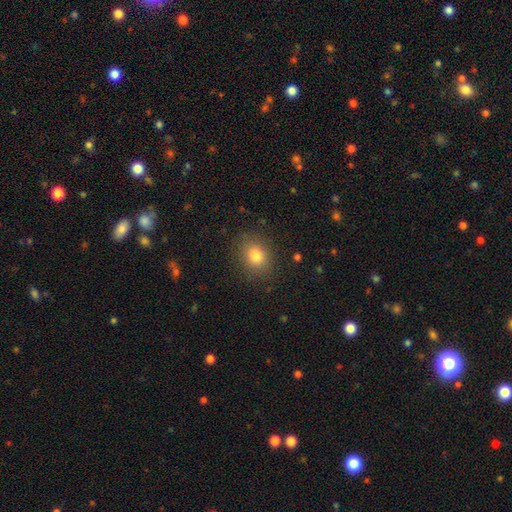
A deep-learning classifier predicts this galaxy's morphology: Smooth or featured?
  - smooth: 82% *
  - star or artifact: 11%
  - featured or disk: 7%
How rounded?
  - round: 51% *
  - in between: 48%
  - cigar-shaped: 1%
Merging?
  - none: 85% *
  - minor disturbance: 10%
  - major disturbance: 3%
  - merger: 1%